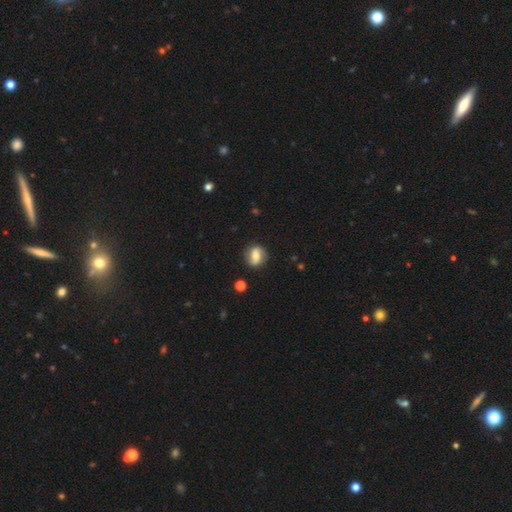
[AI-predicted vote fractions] A featured or disk galaxy (50%). Merging: none (83%).